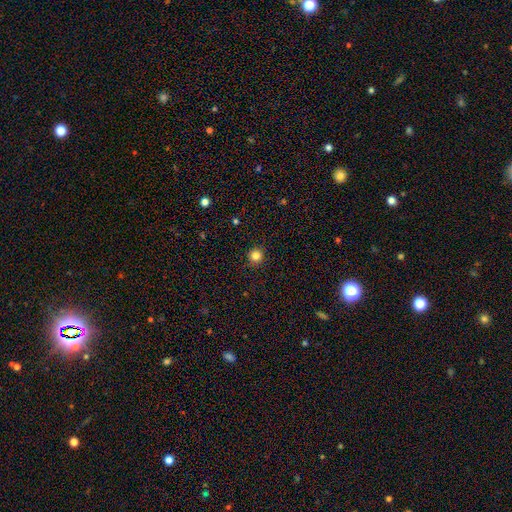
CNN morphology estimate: type=smooth (83%); roundness=round (93%); merging=none (91%).